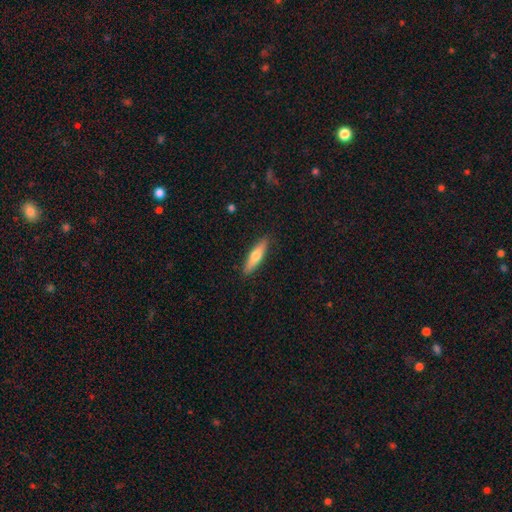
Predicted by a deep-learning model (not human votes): smooth-or-featured: smooth: 60% | featured or disk: 35% | star or artifact: 5%
  how-rounded: cigar-shaped: 74% | in between: 25% | round: 2%
  merging: none: 89% | minor disturbance: 8% | major disturbance: 2% | merger: 1%